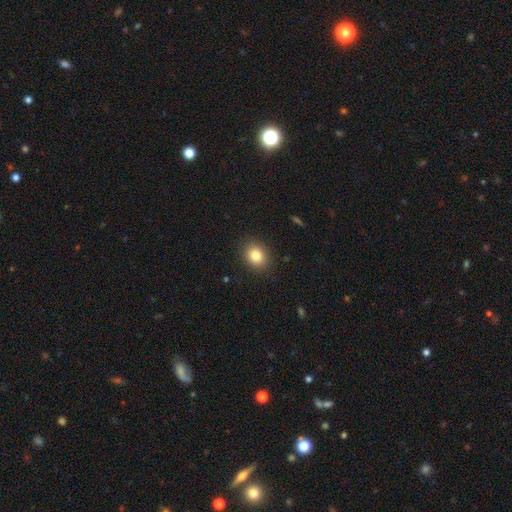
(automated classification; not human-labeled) Smooth or featured? smooth (83%)
How rounded? round (58%)
Merging? none (88%)